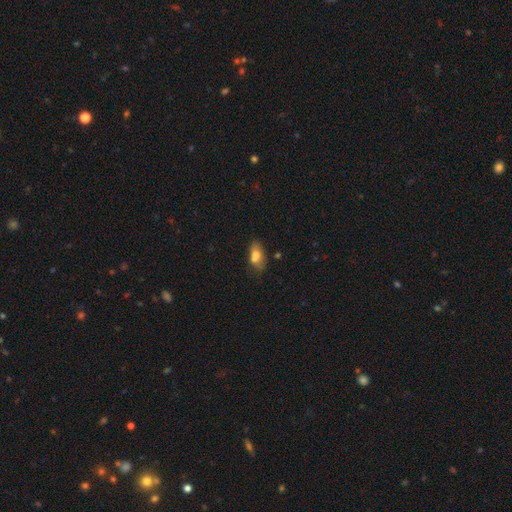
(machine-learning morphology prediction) smooth_or_featured: smooth (p=0.73) [alt: featured or disk p=0.19]
how_rounded: in between (p=0.87) [alt: cigar-shaped p=0.08]
merging: none (p=0.51) [alt: minor disturbance p=0.27]